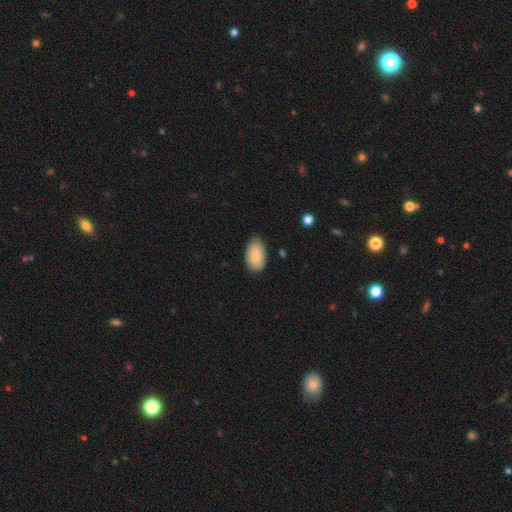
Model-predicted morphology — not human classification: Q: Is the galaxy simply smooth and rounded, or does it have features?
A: smooth — 82%.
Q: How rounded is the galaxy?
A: in between — 94%.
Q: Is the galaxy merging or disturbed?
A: none — 80%.